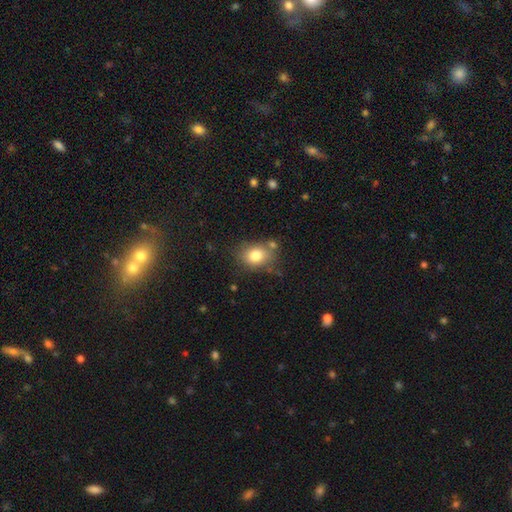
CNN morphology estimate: A smooth galaxy with no disk features (80%) that is in between round and cigar-shaped (54%). Merging: none (69%).